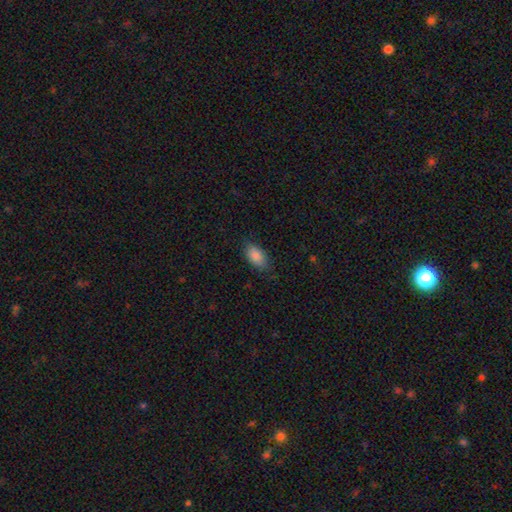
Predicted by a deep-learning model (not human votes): A smooth galaxy with no disk features (87%) that is in between round and cigar-shaped (92%).

Vote fractions:
- Smooth or featured? smooth: 87% / star or artifact: 7% / featured or disk: 6%
- How rounded? in between: 92% / cigar-shaped: 4% / round: 4%
- Merging? none: 81% / minor disturbance: 14% / major disturbance: 3% / merger: 1%